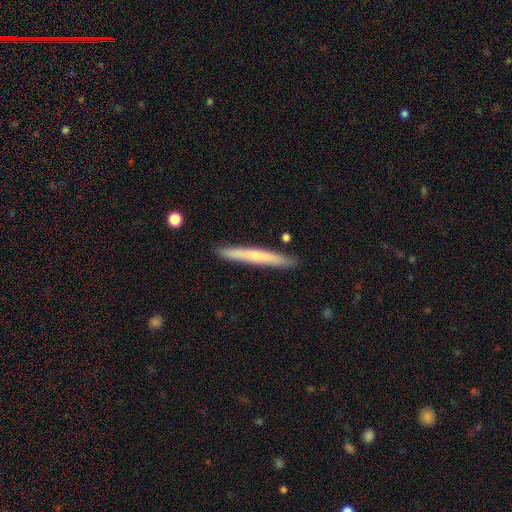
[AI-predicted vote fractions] smooth-or-featured: smooth: 54% | featured or disk: 40% | star or artifact: 6%
  how-rounded: cigar-shaped: 97% | in between: 2% | round: 1%
  merging: none: 90% | minor disturbance: 7% | merger: 1% | major disturbance: 1%